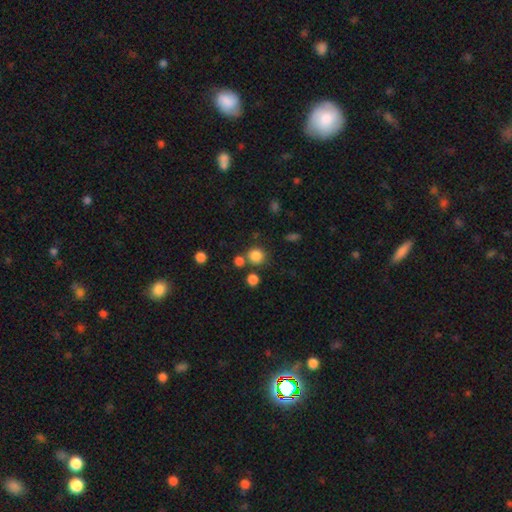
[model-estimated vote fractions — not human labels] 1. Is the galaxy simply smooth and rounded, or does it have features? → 83% smooth, 12% star or artifact, 5% featured or disk.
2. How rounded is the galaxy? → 90% round, 9% in between, 1% cigar-shaped.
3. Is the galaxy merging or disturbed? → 73% none, 14% merger, 9% minor disturbance, 4% major disturbance.